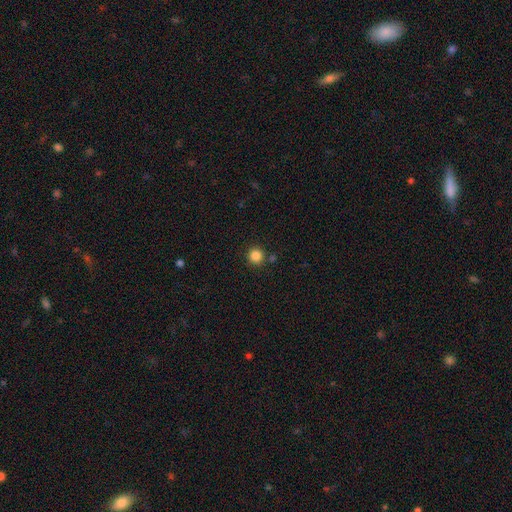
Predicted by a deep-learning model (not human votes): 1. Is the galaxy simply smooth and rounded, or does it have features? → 85% smooth, 11% star or artifact, 4% featured or disk.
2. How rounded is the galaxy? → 94% round, 5% in between, 1% cigar-shaped.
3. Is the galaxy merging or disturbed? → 85% none, 7% minor disturbance, 6% merger, 2% major disturbance.